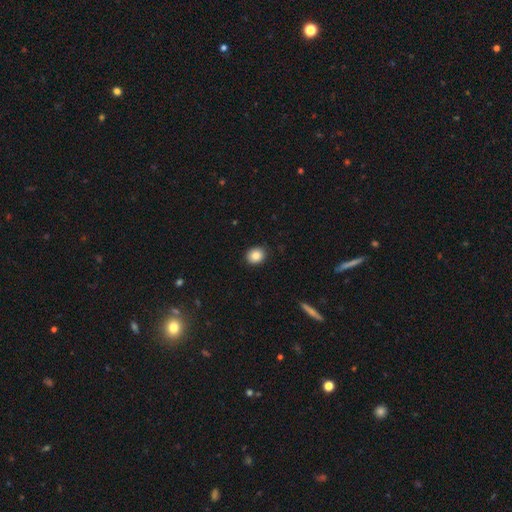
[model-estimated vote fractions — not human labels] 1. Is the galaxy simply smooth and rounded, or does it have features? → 86% smooth, 9% star or artifact, 5% featured or disk.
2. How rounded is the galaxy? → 66% round, 33% in between, 1% cigar-shaped.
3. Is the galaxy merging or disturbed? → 90% none, 7% minor disturbance, 2% major disturbance, 1% merger.